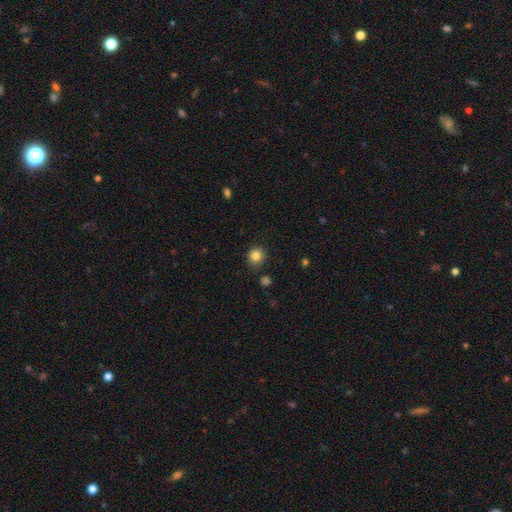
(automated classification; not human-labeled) Morphology: type=smooth (84%); roundness=round (88%); merging=none (86%).